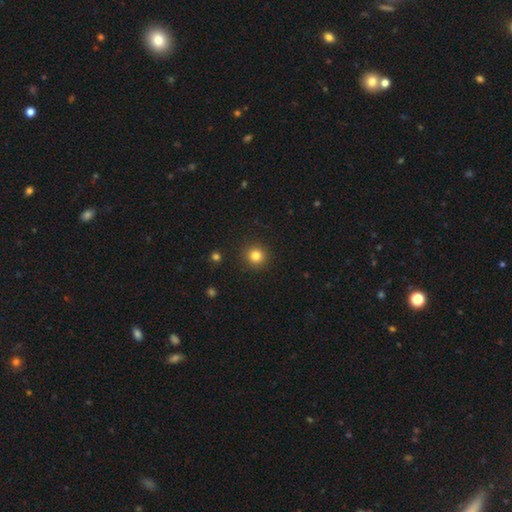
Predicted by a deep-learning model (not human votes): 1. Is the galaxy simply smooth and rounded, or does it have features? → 82% smooth, 12% star or artifact, 5% featured or disk.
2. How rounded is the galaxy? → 94% round, 5% in between, 1% cigar-shaped.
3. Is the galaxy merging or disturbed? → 92% none, 5% minor disturbance, 2% major disturbance, 1% merger.